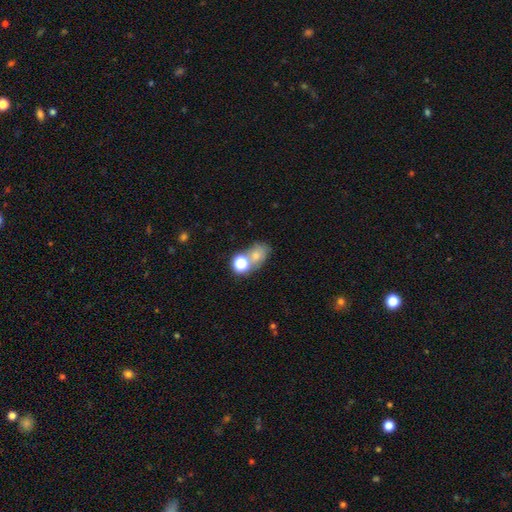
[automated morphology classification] Smooth or featured?
  - smooth: 65% *
  - star or artifact: 19%
  - featured or disk: 16%
How rounded?
  - in between: 56% *
  - round: 42%
  - cigar-shaped: 1%
Merging?
  - none: 40% * (tied)
  - merger: 40% * (tied)
  - minor disturbance: 12%
  - major disturbance: 8%